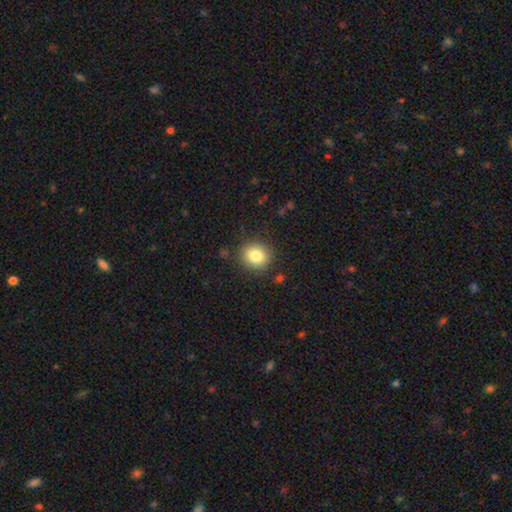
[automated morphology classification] A smooth galaxy with no disk features (83%) that is round (81%). Merging: none (87%).